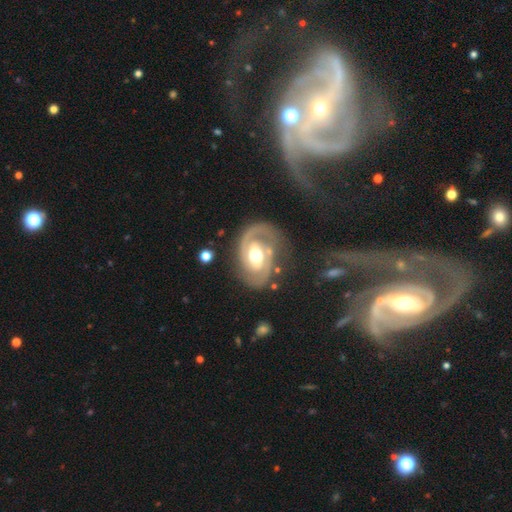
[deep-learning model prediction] This appears to be a featured or disk galaxy (88%) with no bar (48%), 2 (83%) tight (45%) spiral arms (93%) and a moderate central bulge (62%). Merging: none (71%).